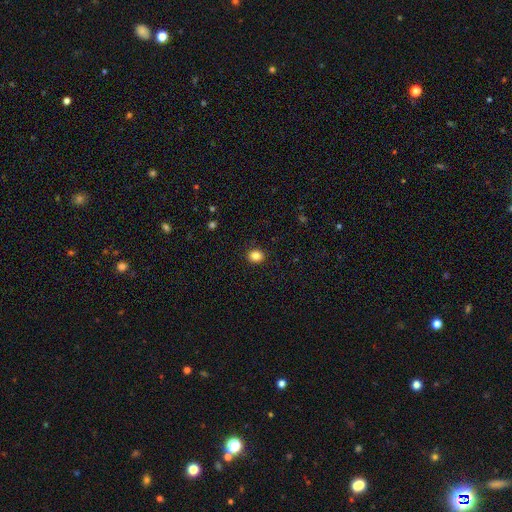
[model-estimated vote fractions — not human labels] Overall: smooth (84%). How rounded: round (75%). Merging: none (92%).